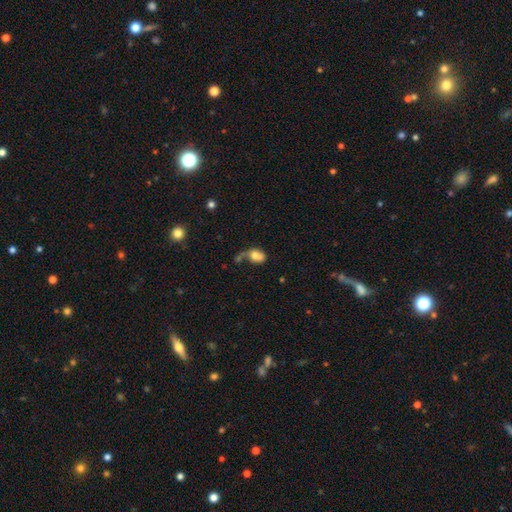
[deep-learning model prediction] Smooth or featured?
  - smooth: 59% *
  - featured or disk: 30%
  - star or artifact: 11%
How rounded?
  - in between: 65% *
  - round: 33%
  - cigar-shaped: 2%
Merging?
  - merger: 31% *
  - major disturbance: 30%
  - none: 22%
  - minor disturbance: 17%